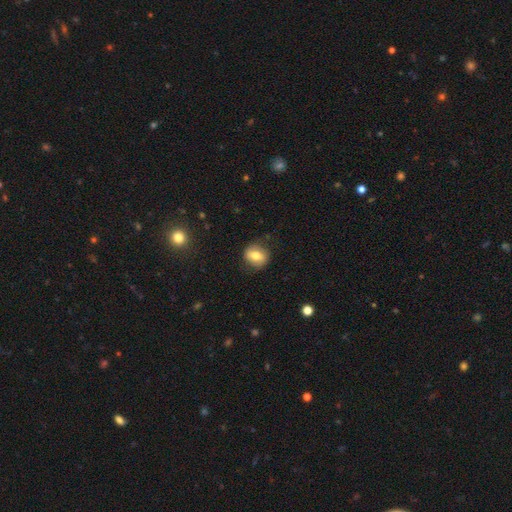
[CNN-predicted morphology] smooth_or_featured: smooth (p=0.69) [alt: featured or disk p=0.22]
how_rounded: round (p=0.68) [alt: in between p=0.31]
merging: none (p=0.81) [alt: minor disturbance p=0.13]